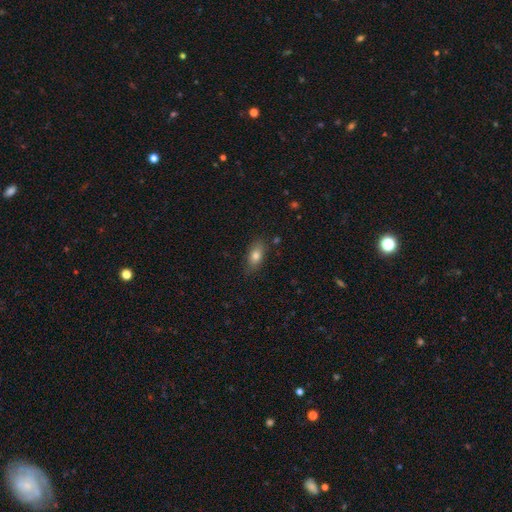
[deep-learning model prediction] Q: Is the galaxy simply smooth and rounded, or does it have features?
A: smooth — 79%.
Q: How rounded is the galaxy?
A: in between — 86%.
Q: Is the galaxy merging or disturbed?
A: none — 81%.